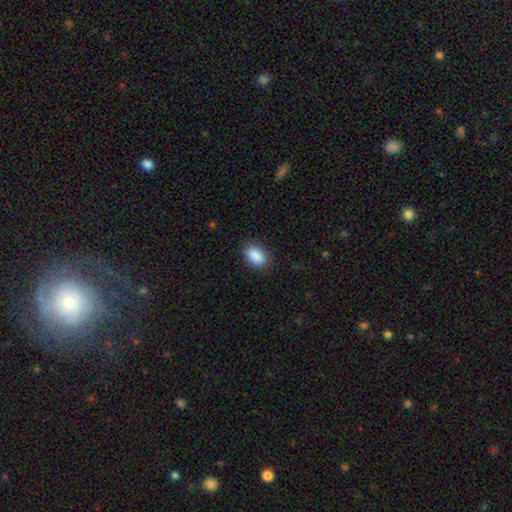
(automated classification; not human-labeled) smooth 90%, star or artifact 7%, featured or disk 3%. Down the decision tree: how rounded — in between (90%); merging — none (87%).